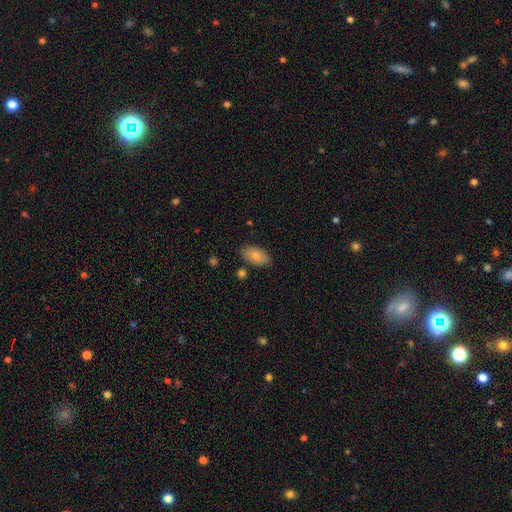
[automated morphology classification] The model was most divided on "merging": none: 82%, minor disturbance: 12%, merger: 3%, major disturbance: 2%. More confident: how rounded — in between (94%); smooth or featured — smooth (82%).